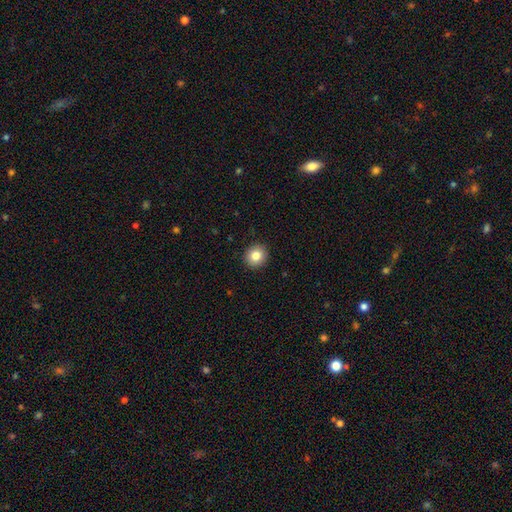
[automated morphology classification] Overall: smooth (83%). How rounded: round (86%). Merging: none (92%).